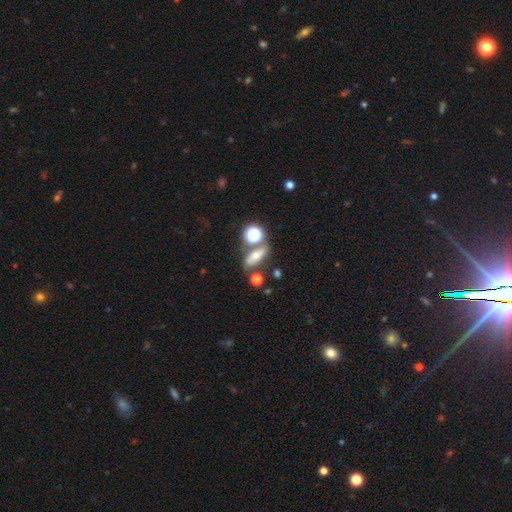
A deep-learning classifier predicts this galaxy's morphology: Overall: smooth (51%; featured or disk 33%). How rounded: in between (54%; cigar-shaped 25%). Merging: none (62%).